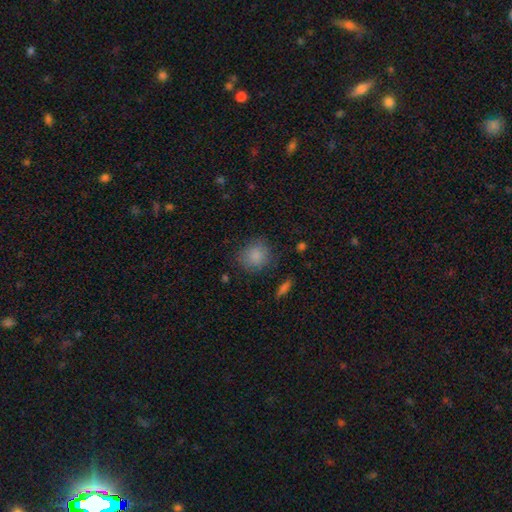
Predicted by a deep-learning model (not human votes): This is clearly a smooth galaxy (85%). How rounded: clearly round (80%). Merging: likely none (79%).